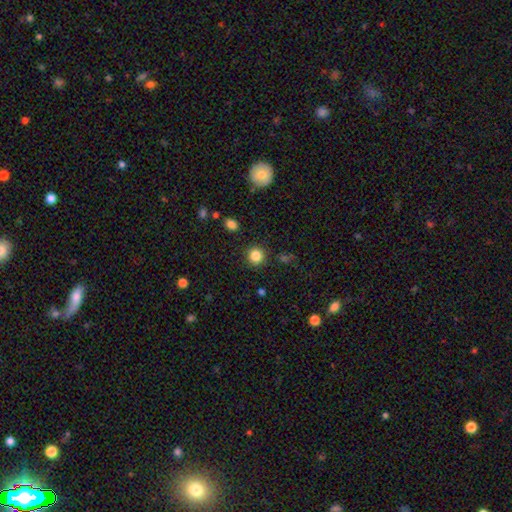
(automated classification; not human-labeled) Smooth or featured?
  - smooth: 83% *
  - star or artifact: 12%
  - featured or disk: 5%
How rounded?
  - round: 93% *
  - in between: 6%
  - cigar-shaped: 1%
Merging?
  - none: 90% *
  - minor disturbance: 6%
  - major disturbance: 2%
  - merger: 2%